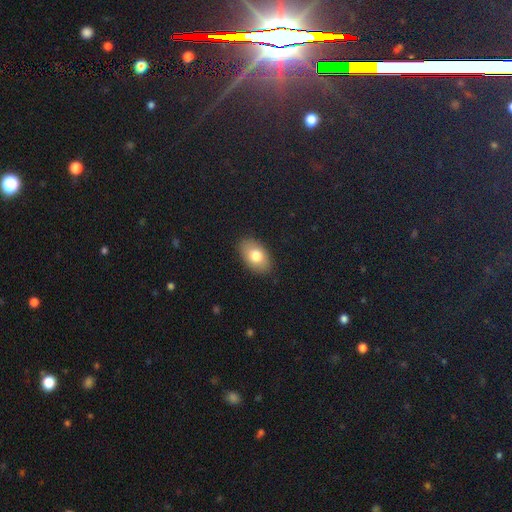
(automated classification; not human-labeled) This appears to be a smooth galaxy with no disk features (78%) that is in between round and cigar-shaped (90%). Merging: none (87%).